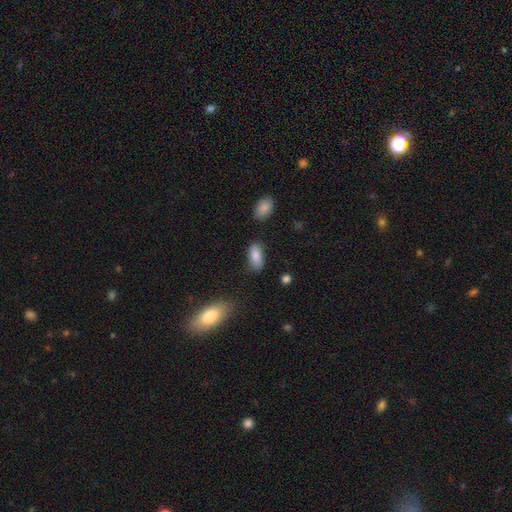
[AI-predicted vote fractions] Q: Smooth or featured?
A: smooth (85%); runner-up: featured or disk (8%)
Q: How rounded?
A: in between (92%); runner-up: cigar-shaped (6%)
Q: Merging?
A: none (79%); runner-up: minor disturbance (15%)